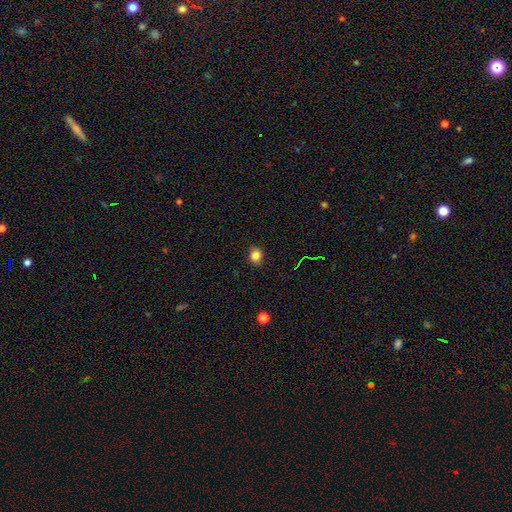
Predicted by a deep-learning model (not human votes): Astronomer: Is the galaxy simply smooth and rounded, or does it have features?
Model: smooth — 82%.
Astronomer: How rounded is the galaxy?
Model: round — 71%.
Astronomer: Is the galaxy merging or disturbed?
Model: none — 88%.